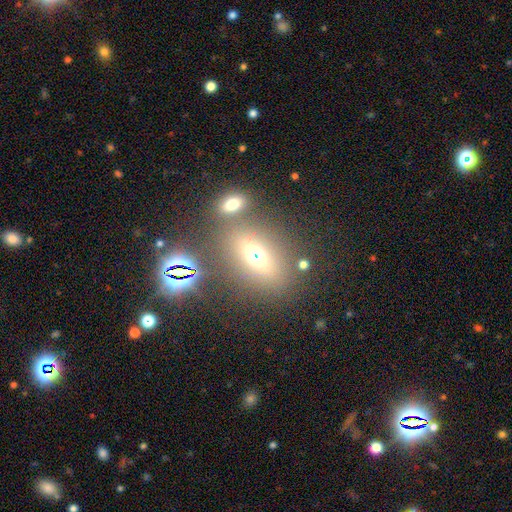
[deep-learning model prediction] The model was most divided on "smooth or featured": smooth: 50%, star or artifact: 27%, featured or disk: 23%. More confident: how rounded — in between (72%); merging — none (62%).